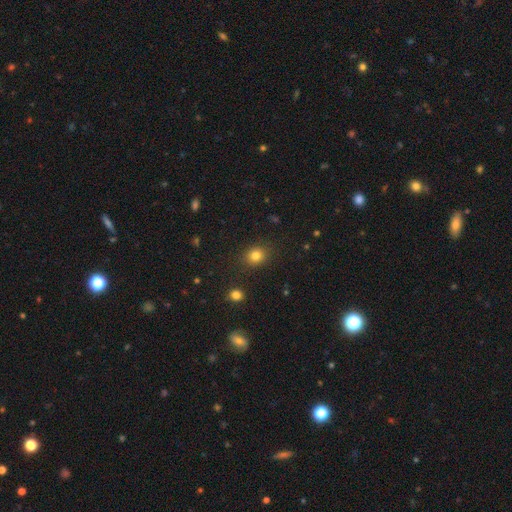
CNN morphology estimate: Smooth or featured? smooth (81%)
How rounded? round (71%)
Merging? none (87%)